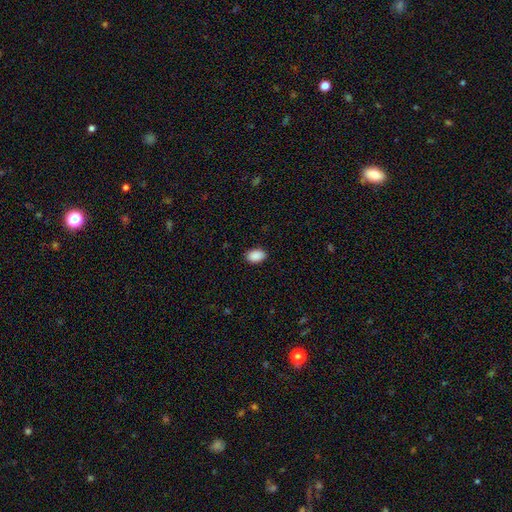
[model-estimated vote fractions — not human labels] Q: Smooth or featured?
A: smooth (90%); runner-up: star or artifact (7%)
Q: How rounded?
A: in between (89%); runner-up: round (10%)
Q: Merging?
A: none (89%); runner-up: minor disturbance (8%)